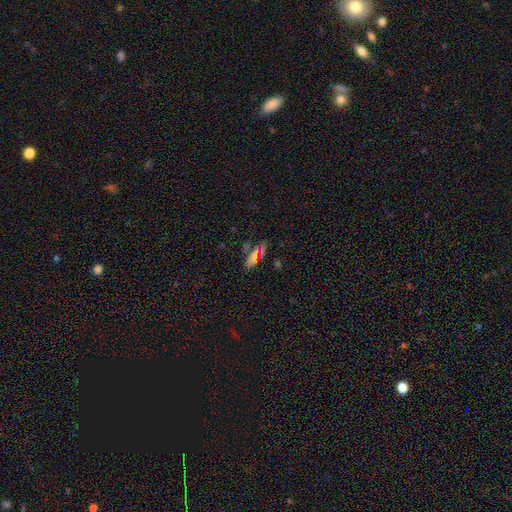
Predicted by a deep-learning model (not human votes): Morphology: type=smooth (66%); roundness=in between (63%); merging=none (76%).